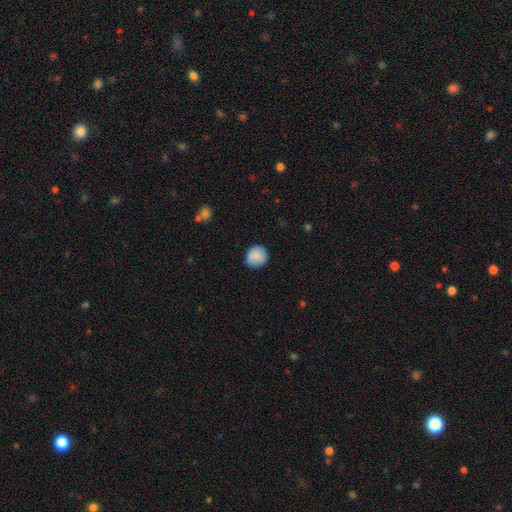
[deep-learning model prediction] Smooth or featured? Predicted: smooth (p=0.83). How rounded? Predicted: round (p=0.91). Merging? Predicted: none (p=0.84).